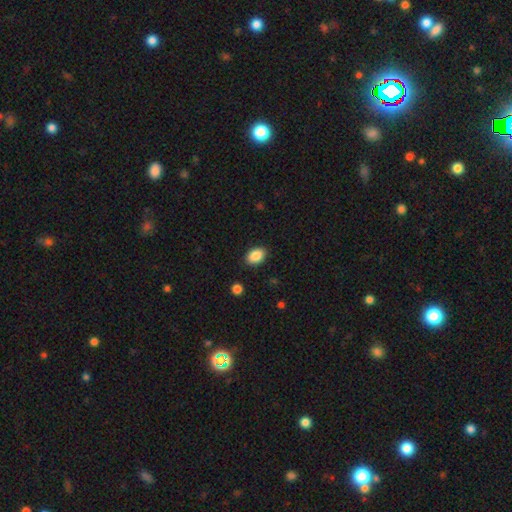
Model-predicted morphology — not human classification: Smooth or featured?
  - smooth: 88% *
  - star or artifact: 8%
  - featured or disk: 4%
How rounded?
  - in between: 84% *
  - round: 14%
  - cigar-shaped: 1%
Merging?
  - none: 88% *
  - minor disturbance: 8%
  - major disturbance: 2%
  - merger: 1%